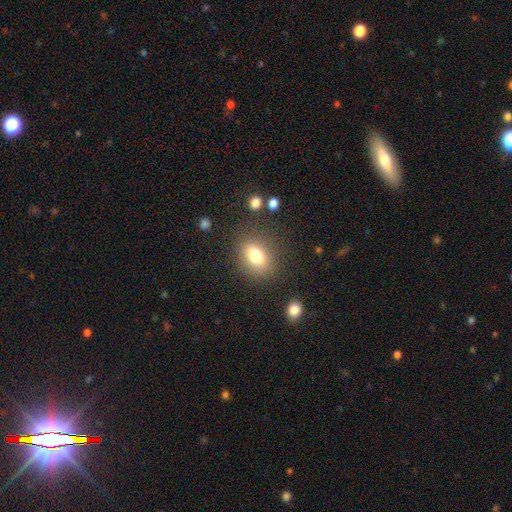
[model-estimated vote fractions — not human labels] Morphology: type=smooth (78%); roundness=in between (68%); merging=none (82%).